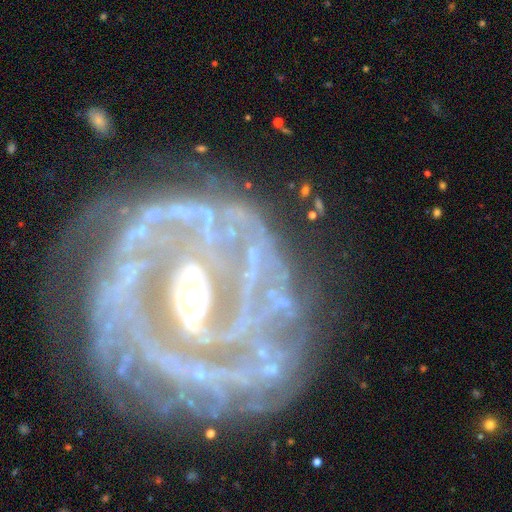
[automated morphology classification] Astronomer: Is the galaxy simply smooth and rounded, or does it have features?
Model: featured or disk — 90%.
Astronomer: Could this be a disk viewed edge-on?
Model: no — 97%.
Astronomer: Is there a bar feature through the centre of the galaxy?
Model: strong — 46% (runner-up: weak, 32%).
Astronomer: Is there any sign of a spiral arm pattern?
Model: yes — 93%.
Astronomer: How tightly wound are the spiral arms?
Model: tight — 66%.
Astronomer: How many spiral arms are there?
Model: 2 — 30% (runner-up: can't tell, 25%).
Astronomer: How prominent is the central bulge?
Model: moderate — 63%.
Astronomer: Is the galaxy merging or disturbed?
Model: none — 67%.